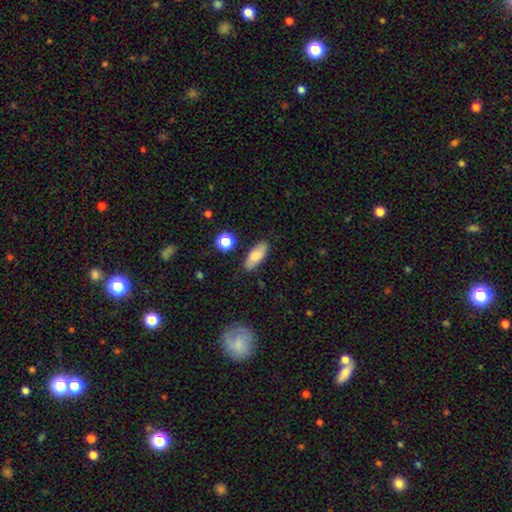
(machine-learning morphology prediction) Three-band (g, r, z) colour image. It shows a smooth galaxy with no disk features (83%) that is in between round and cigar-shaped (80%). Merging: none (84%).